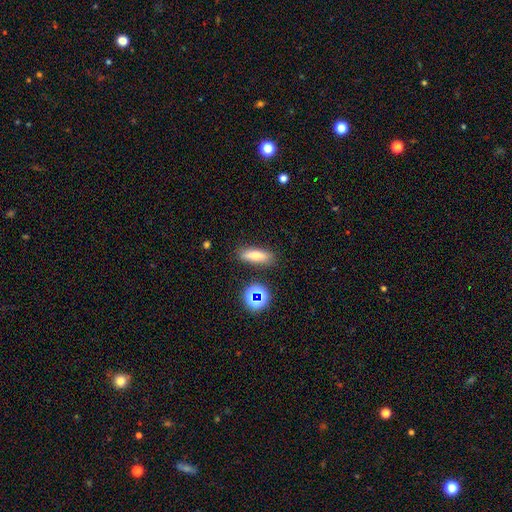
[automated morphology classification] smooth-or-featured: smooth: 63% | featured or disk: 23% | star or artifact: 13%
  how-rounded: cigar-shaped: 53% | in between: 41% | round: 6%
  merging: none: 84% | minor disturbance: 10% | merger: 3% | major disturbance: 3%